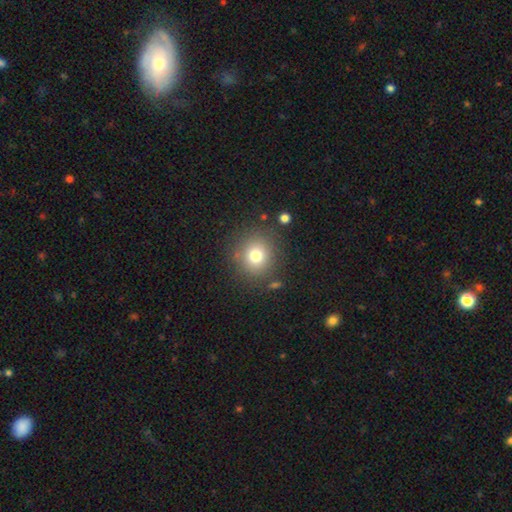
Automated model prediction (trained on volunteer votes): Smooth or featured? smooth (76%)
How rounded? round (89%)
Merging? none (84%)